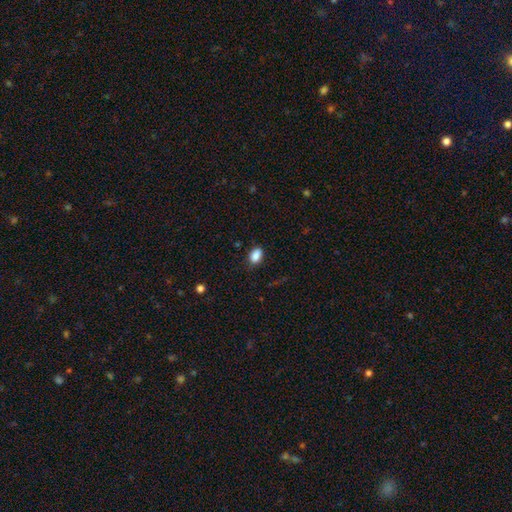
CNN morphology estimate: Q: Smooth or featured?
A: smooth (88%); runner-up: star or artifact (9%)
Q: How rounded?
A: in between (87%); runner-up: round (11%)
Q: Merging?
A: none (82%); runner-up: minor disturbance (14%)